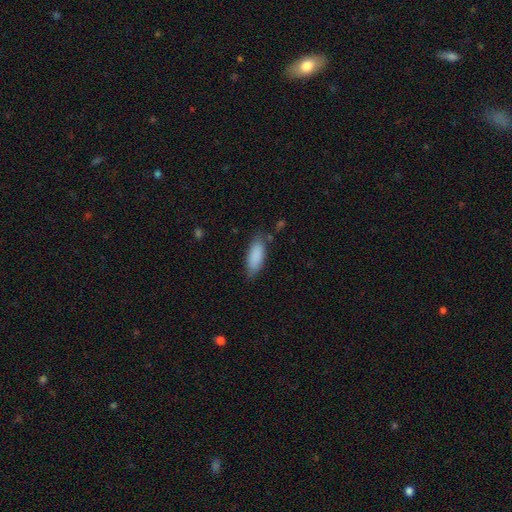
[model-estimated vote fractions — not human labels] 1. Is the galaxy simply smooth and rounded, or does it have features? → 88% smooth, 6% star or artifact, 6% featured or disk.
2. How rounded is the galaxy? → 81% in between, 18% cigar-shaped, 2% round.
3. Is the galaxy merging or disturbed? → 75% none, 19% minor disturbance, 4% major disturbance, 2% merger.